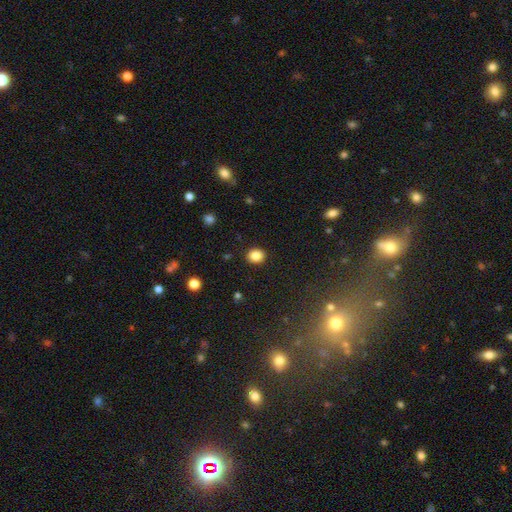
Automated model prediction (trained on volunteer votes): Morphology: type=smooth (86%); roundness=round (68%); merging=none (91%).